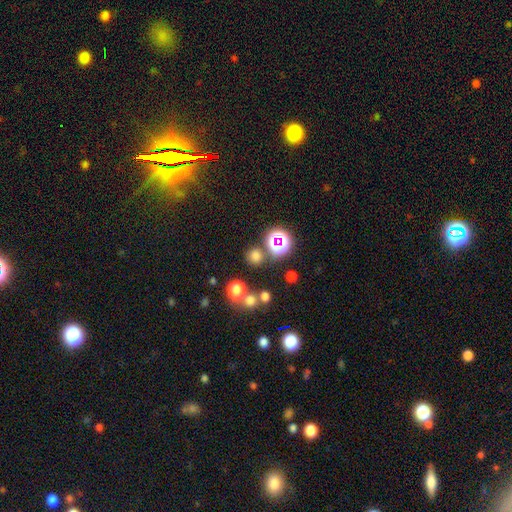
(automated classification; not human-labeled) Smooth or featured?
  - smooth: 65% *
  - star or artifact: 29%
  - featured or disk: 6%
How rounded?
  - round: 87% *
  - in between: 12%
  - cigar-shaped: 1%
Merging?
  - none: 78% *
  - merger: 9%
  - minor disturbance: 8%
  - major disturbance: 4%